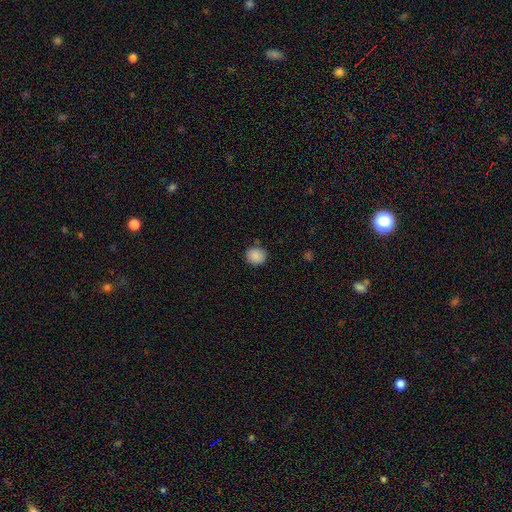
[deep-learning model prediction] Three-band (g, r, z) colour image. It shows a smooth galaxy with no disk features (88%) that is round (82%). Merging: none (84%).